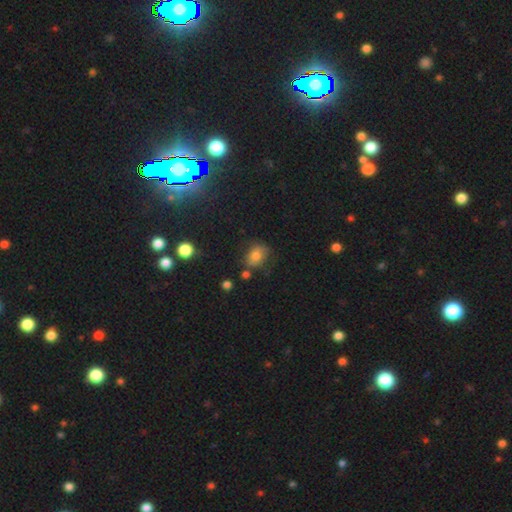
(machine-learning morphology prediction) Overall: smooth (69%). How rounded: in between (61%; round 37%). Merging: none (64%).